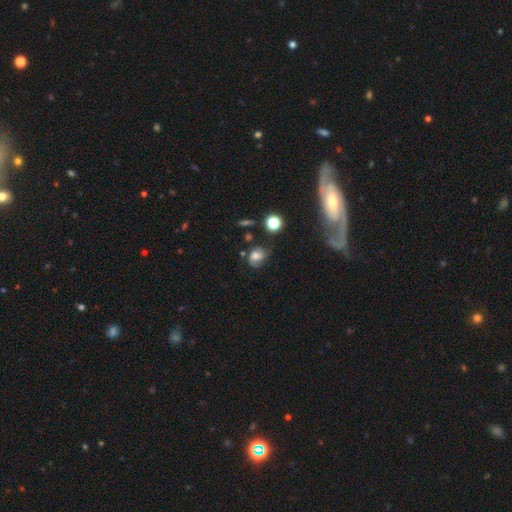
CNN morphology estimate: smooth 56%, featured or disk 30%, star or artifact 15%. Down the decision tree: how rounded — in between (52%); merging — none (47%).